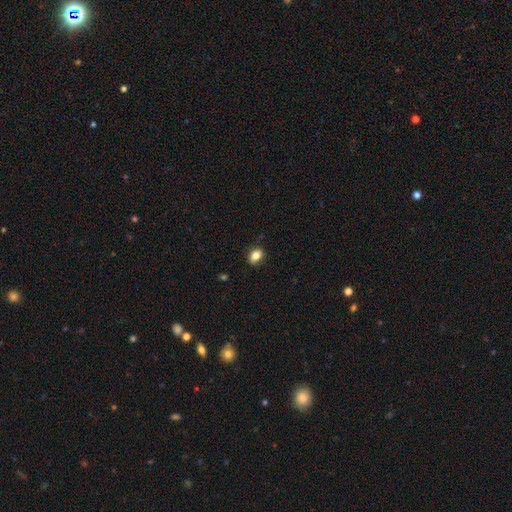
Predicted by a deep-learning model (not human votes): Morphology: type=smooth (83%); roundness=in between (76%); merging=none (83%).